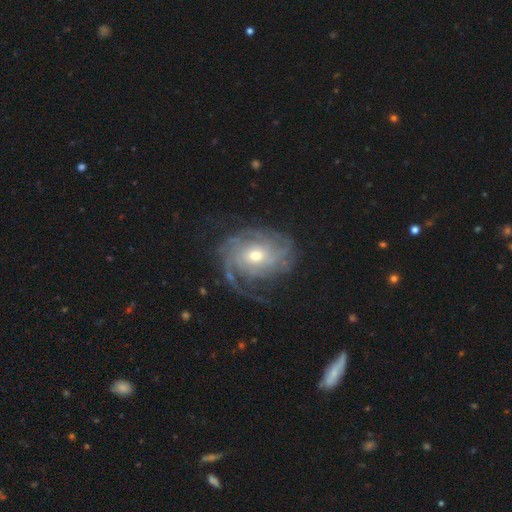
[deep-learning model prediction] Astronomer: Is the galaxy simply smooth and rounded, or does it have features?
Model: featured or disk — 88%.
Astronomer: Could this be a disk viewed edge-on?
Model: no — 97%.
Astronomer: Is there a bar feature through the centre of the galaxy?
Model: no — 70%.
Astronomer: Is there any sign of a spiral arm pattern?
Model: yes — 96%.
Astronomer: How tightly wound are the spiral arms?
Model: tight — 61%.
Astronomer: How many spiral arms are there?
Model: can't tell — 31% (runner-up: 4, 17%).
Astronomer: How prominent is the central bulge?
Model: moderate — 49% (runner-up: small, 47%).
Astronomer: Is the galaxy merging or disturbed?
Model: none — 68%.